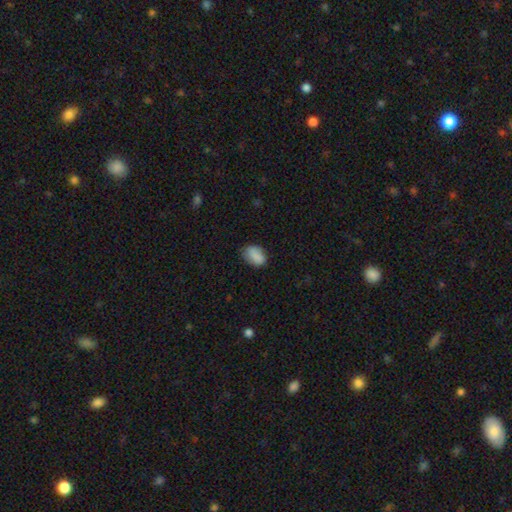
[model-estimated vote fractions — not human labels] Smooth or featured?
  - smooth: 83% *
  - featured or disk: 9%
  - star or artifact: 8%
How rounded?
  - in between: 81% *
  - round: 17%
  - cigar-shaped: 1%
Merging?
  - none: 70% *
  - minor disturbance: 23%
  - major disturbance: 5%
  - merger: 2%